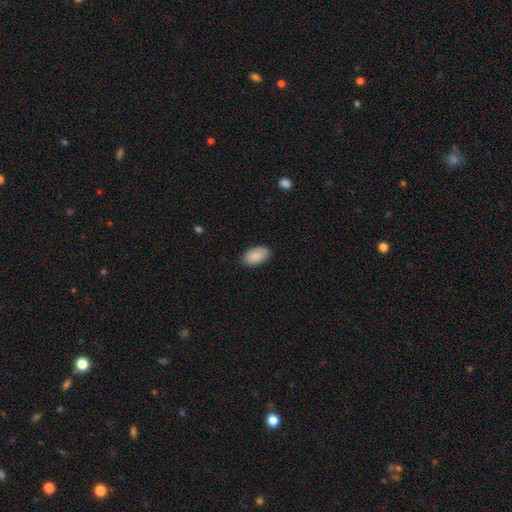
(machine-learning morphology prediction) Smooth or featured: smooth — 89% (star or artifact — 6%)
How rounded: in between — 95% (round — 4%)
Merging: none — 88% (minor disturbance — 10%)